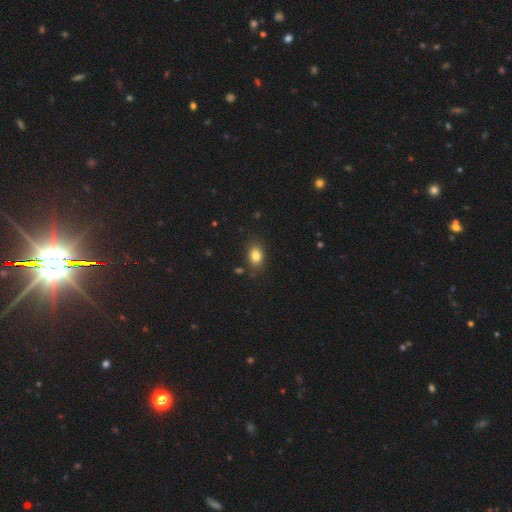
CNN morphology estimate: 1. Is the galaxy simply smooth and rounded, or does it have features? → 83% smooth, 10% star or artifact, 8% featured or disk.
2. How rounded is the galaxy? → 76% in between, 22% round, 2% cigar-shaped.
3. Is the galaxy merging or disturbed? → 82% none, 13% minor disturbance, 3% major disturbance, 2% merger.